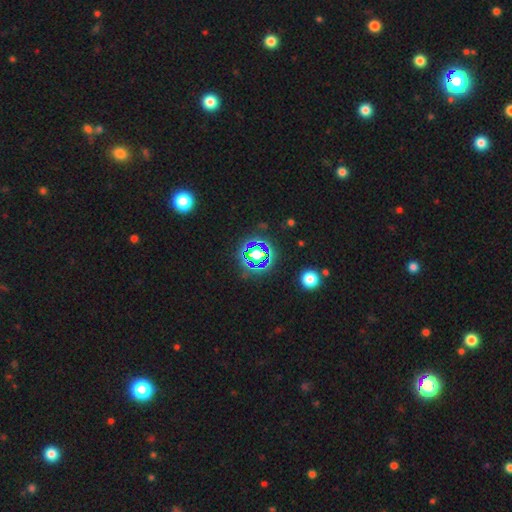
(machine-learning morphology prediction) This appears to be a star or artifact, not a galaxy (76%).